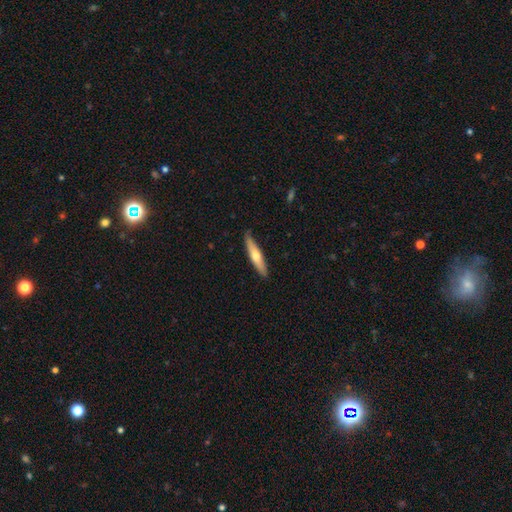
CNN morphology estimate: Smooth or featured?
  - smooth: 54% *
  - featured or disk: 41%
  - star or artifact: 5%
How rounded?
  - cigar-shaped: 87% *
  - in between: 12%
  - round: 1%
Merging?
  - none: 87% *
  - minor disturbance: 10%
  - major disturbance: 2%
  - merger: 1%